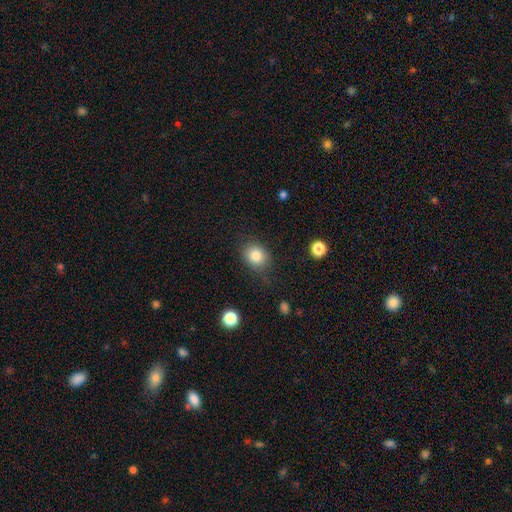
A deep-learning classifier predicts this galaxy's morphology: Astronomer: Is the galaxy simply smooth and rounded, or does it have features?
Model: smooth — 83%.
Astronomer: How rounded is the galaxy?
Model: round — 60% (runner-up: in between, 39%).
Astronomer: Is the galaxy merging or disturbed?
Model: none — 78%.